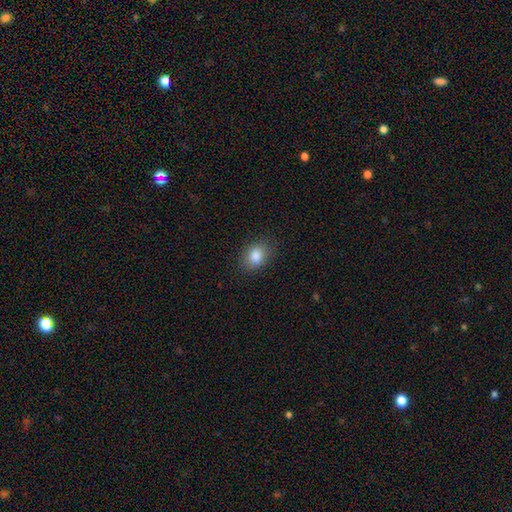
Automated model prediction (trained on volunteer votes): Smooth or featured: smooth — 85% (star or artifact — 9%)
How rounded: in between — 72% (round — 27%)
Merging: none — 83% (minor disturbance — 12%)